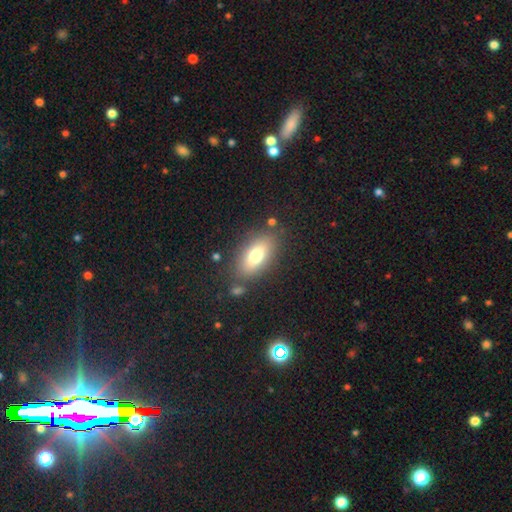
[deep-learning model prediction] Smooth or featured? smooth (73%)
How rounded? in between (86%)
Merging? none (79%)